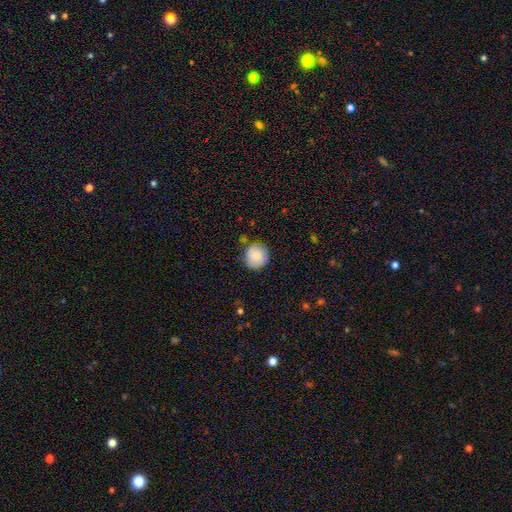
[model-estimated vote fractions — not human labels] smooth-or-featured: smooth: 75% | featured or disk: 17% | star or artifact: 8%
  how-rounded: round: 91% | in between: 8% | cigar-shaped: 1%
  merging: none: 80% | minor disturbance: 16% | major disturbance: 3% | merger: 2%